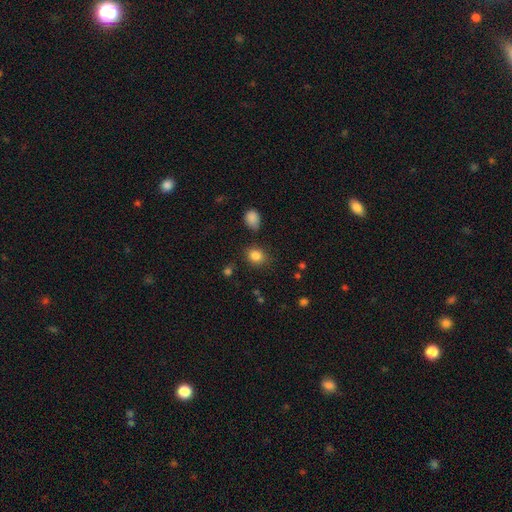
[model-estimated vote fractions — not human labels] This appears to be a smooth galaxy with no disk features (84%) that is round (59%). Merging: none (80%).